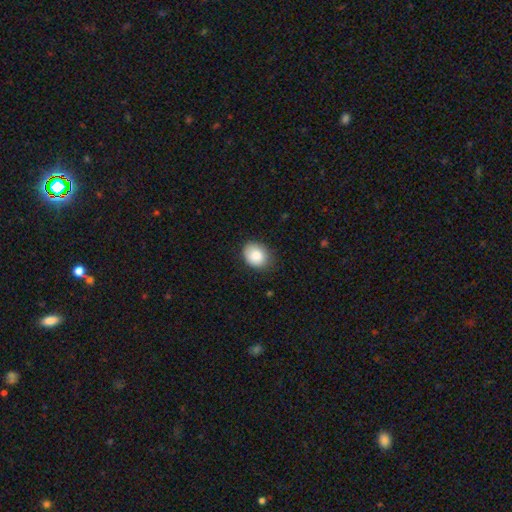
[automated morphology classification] Smooth or featured: smooth — 86% (star or artifact — 8%)
How rounded: in between — 53% (round — 46%)
Merging: none — 76% (minor disturbance — 20%)